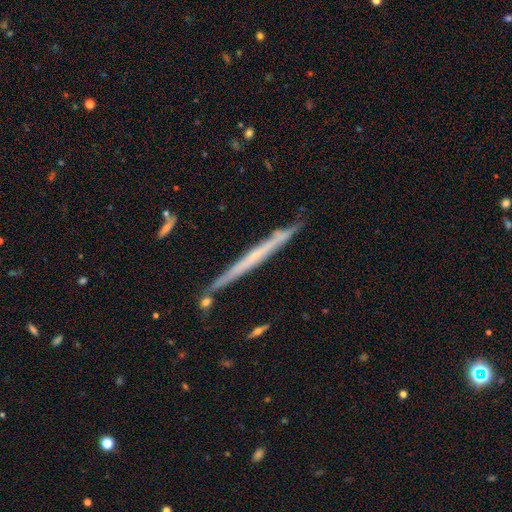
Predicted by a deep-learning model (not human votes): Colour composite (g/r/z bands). It shows a featured or disk galaxy (61%) viewed edge-on (96%) with no central bulge (86%). Merging: none (83%).